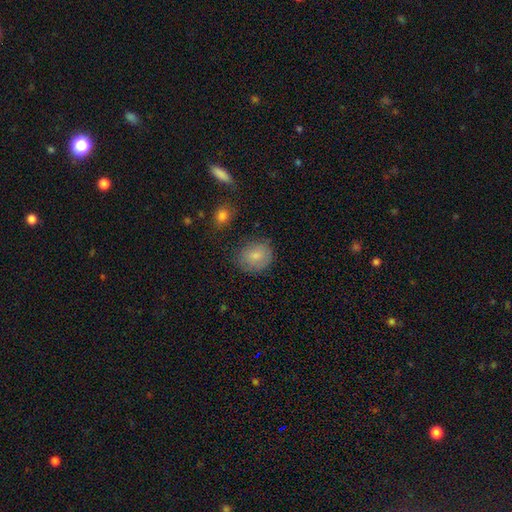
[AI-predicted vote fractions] Smooth or featured? smooth (80%)
How rounded? round (64%)
Merging? none (76%)